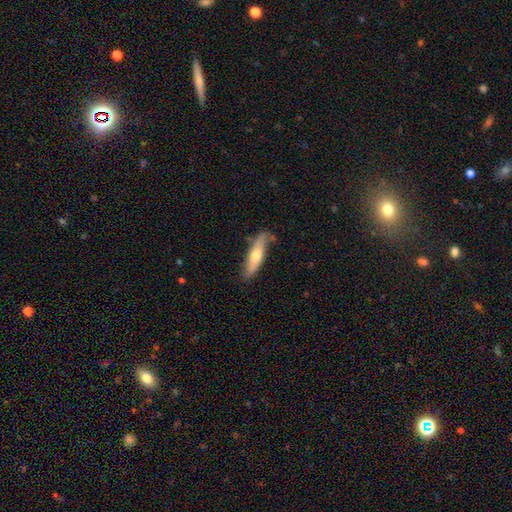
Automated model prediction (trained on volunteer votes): Smooth or featured? Predicted: smooth (p=0.58). How rounded? Predicted: cigar-shaped (p=0.67). Merging? Predicted: none (p=0.75).